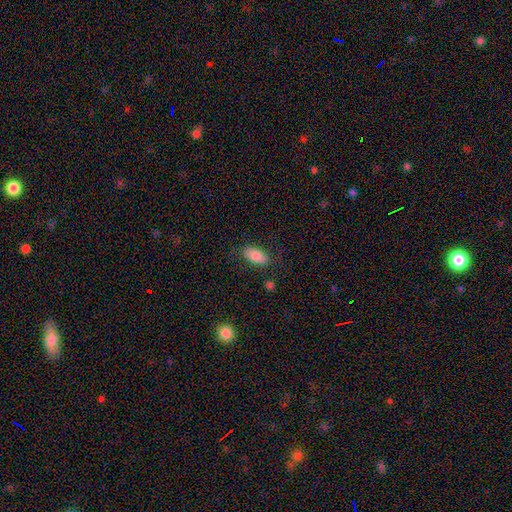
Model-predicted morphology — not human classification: smooth-or-featured: smooth: 82% | featured or disk: 11% | star or artifact: 7%
  how-rounded: in between: 92% | cigar-shaped: 4% | round: 3%
  merging: none: 79% | minor disturbance: 14% | major disturbance: 5% | merger: 2%